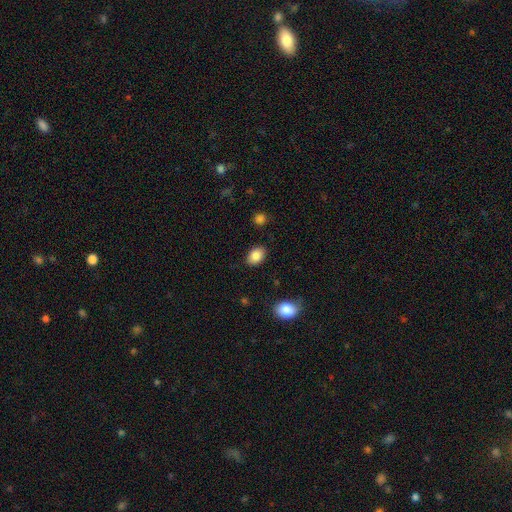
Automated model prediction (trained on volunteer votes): The model was most divided on "how rounded": in between: 80%, round: 19%, cigar-shaped: 1%. More confident: smooth or featured — smooth (86%); merging — none (85%).